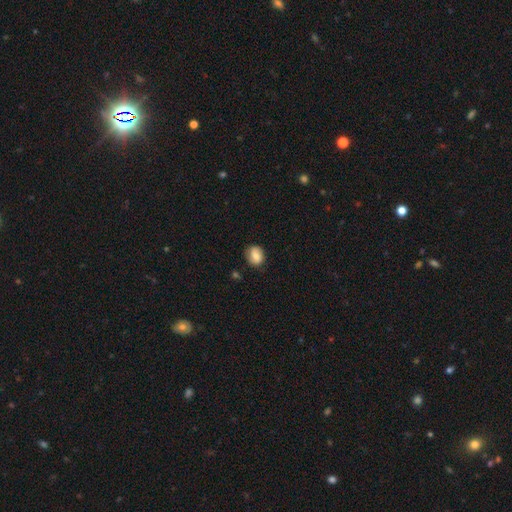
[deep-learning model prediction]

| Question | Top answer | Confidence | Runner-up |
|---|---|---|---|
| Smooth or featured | smooth | 75% | featured or disk (17%) |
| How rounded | round | 55% | in between (44%) |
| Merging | none | 75% | minor disturbance (18%) |